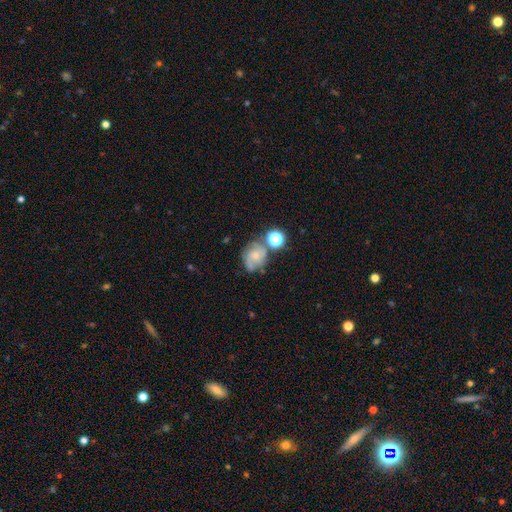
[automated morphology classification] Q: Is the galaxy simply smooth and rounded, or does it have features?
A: featured or disk — 57%.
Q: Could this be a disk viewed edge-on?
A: no — 97%.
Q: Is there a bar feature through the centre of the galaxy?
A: no — 71%.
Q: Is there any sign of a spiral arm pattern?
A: yes — 87%.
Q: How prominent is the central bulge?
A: small — 56%.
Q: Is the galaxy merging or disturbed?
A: none — 51%.